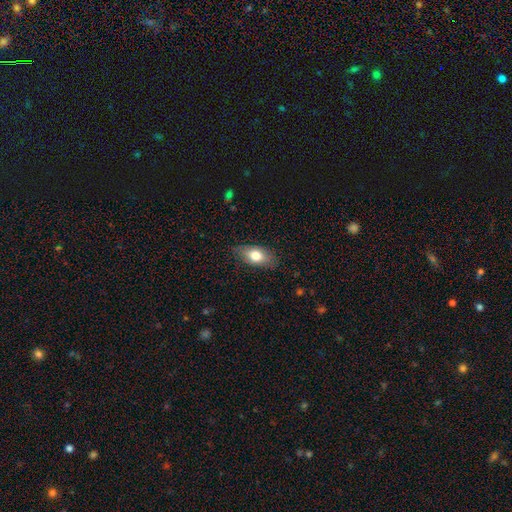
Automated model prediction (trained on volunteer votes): Q: Smooth or featured?
A: smooth (75%); runner-up: featured or disk (18%)
Q: How rounded?
A: in between (87%); runner-up: cigar-shaped (8%)
Q: Merging?
A: none (80%); runner-up: minor disturbance (15%)